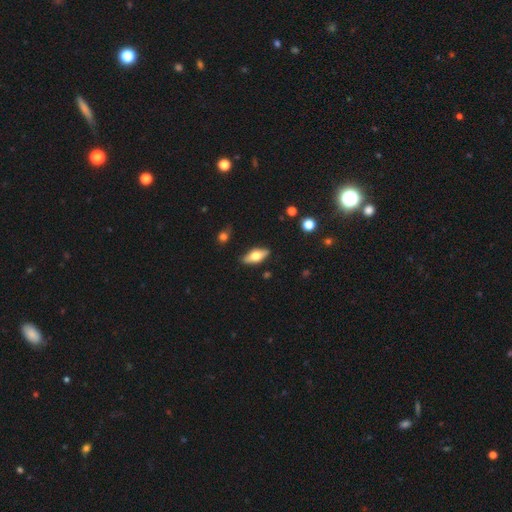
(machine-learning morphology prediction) A smooth galaxy with no disk features (54%) that is in between round and cigar-shaped (75%).

Vote fractions:
- Smooth or featured? smooth: 54% / featured or disk: 40% / star or artifact: 6%
- How rounded? in between: 75% / cigar-shaped: 22% / round: 3%
- Merging? none: 85% / minor disturbance: 11% / major disturbance: 2% / merger: 2%